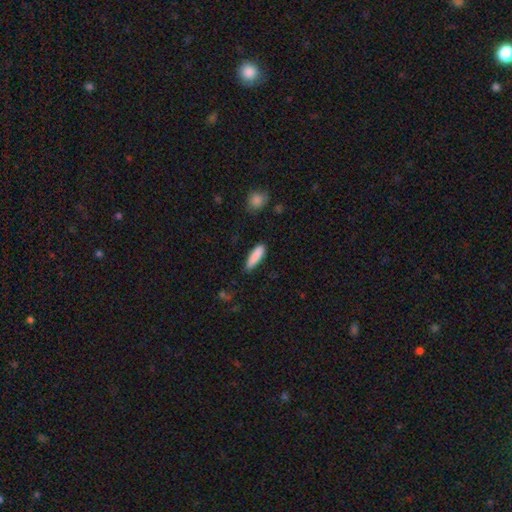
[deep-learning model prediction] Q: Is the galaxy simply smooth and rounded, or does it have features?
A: smooth — 88%.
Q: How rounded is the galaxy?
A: cigar-shaped — 64%.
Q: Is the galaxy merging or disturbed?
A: none — 83%.